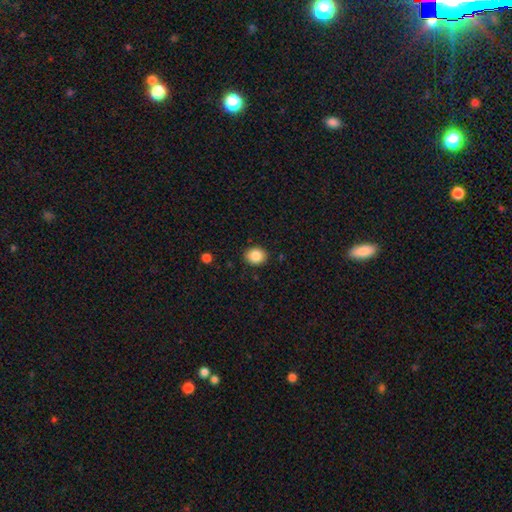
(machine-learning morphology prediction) The model was most divided on "how rounded": round: 61%, in between: 38%, cigar-shaped: 1%. More confident: merging — none (88%); smooth or featured — smooth (86%).